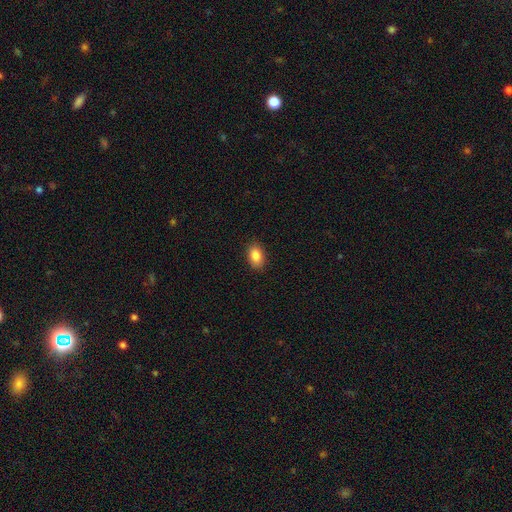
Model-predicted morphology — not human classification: Smooth or featured?
  - smooth: 86% *
  - star or artifact: 8%
  - featured or disk: 6%
How rounded?
  - in between: 88% *
  - round: 10%
  - cigar-shaped: 2%
Merging?
  - none: 89% *
  - minor disturbance: 8%
  - major disturbance: 2%
  - merger: 1%